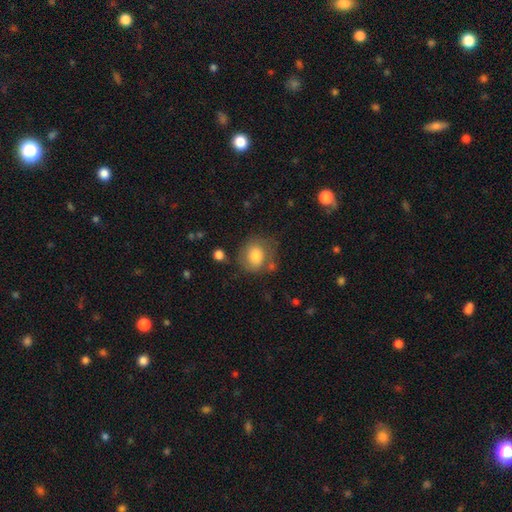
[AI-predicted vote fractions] Smooth or featured?
  - smooth: 73% *
  - featured or disk: 19%
  - star or artifact: 8%
How rounded?
  - round: 74% *
  - in between: 25%
  - cigar-shaped: 1%
Merging?
  - none: 62% *
  - minor disturbance: 22%
  - major disturbance: 11%
  - merger: 6%